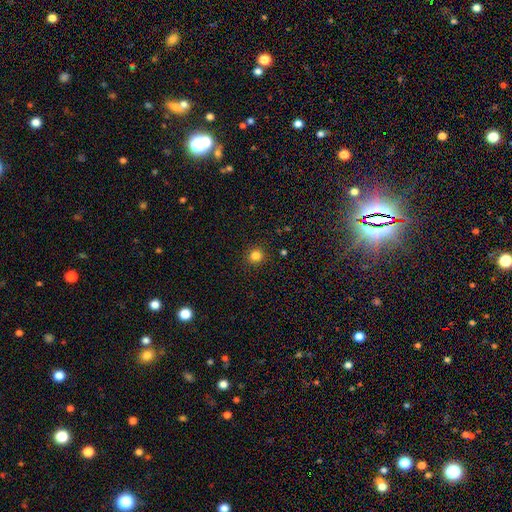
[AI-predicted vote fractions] Q: Smooth or featured?
A: smooth (82%); runner-up: star or artifact (13%)
Q: How rounded?
A: round (90%); runner-up: in between (9%)
Q: Merging?
A: none (91%); runner-up: minor disturbance (6%)